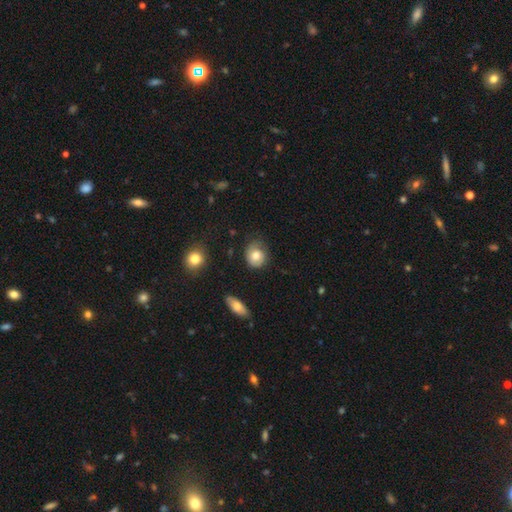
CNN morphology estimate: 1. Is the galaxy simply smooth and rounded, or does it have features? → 74% smooth, 19% featured or disk, 7% star or artifact.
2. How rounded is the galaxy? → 73% round, 26% in between, 1% cigar-shaped.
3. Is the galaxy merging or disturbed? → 61% none, 28% minor disturbance, 10% major disturbance, 2% merger.